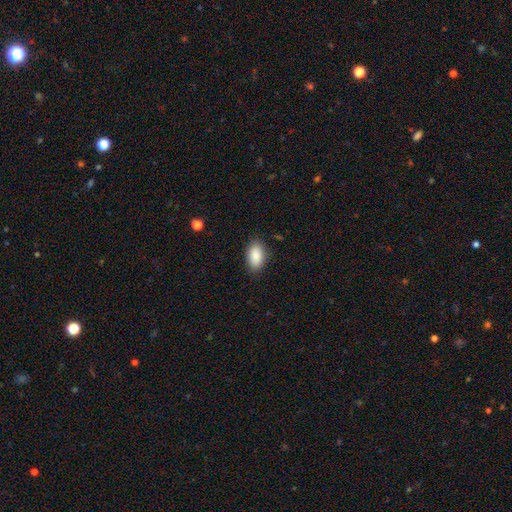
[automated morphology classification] A smooth galaxy with no disk features (88%) that is in between round and cigar-shaped (93%). Merging: none (86%).